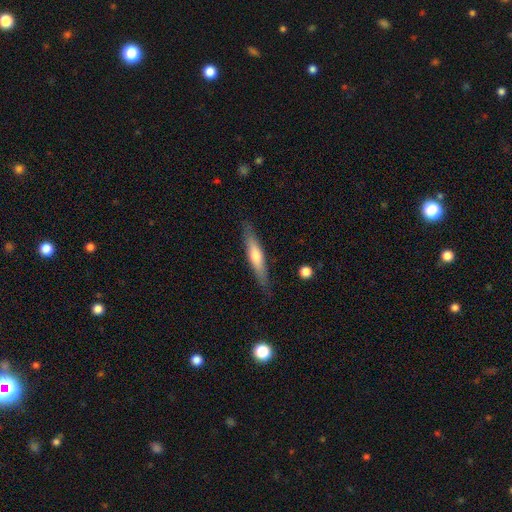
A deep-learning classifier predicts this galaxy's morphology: This appears to be a smooth galaxy with no disk features (49%). Merging: none (86%).